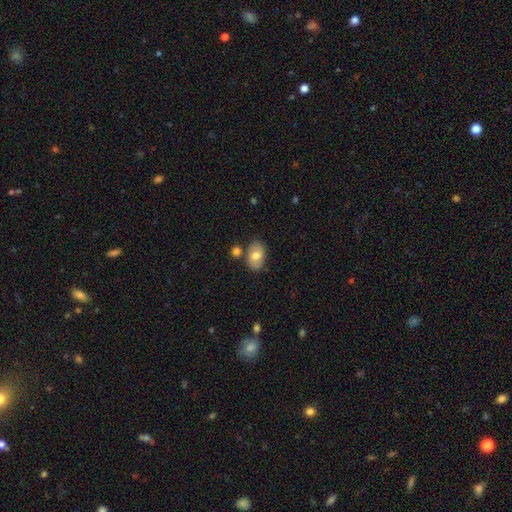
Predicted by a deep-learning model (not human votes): smooth-or-featured: smooth: 72% | featured or disk: 21% | star or artifact: 7%
  how-rounded: in between: 87% | round: 11% | cigar-shaped: 1%
  merging: none: 74% | minor disturbance: 13% | merger: 10% | major disturbance: 3%